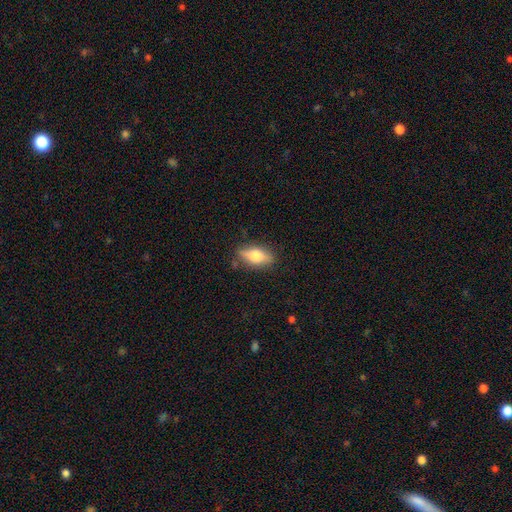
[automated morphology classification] smooth-or-featured: smooth: 62% | featured or disk: 31% | star or artifact: 7%
  how-rounded: in between: 79% | cigar-shaped: 16% | round: 5%
  merging: none: 82% | minor disturbance: 13% | major disturbance: 3% | merger: 2%